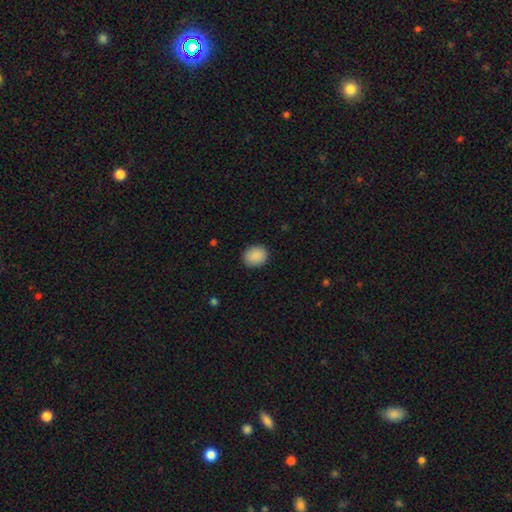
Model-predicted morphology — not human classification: Q: Smooth or featured?
A: smooth (90%); runner-up: star or artifact (7%)
Q: How rounded?
A: round (59%); runner-up: in between (40%)
Q: Merging?
A: none (90%); runner-up: minor disturbance (7%)